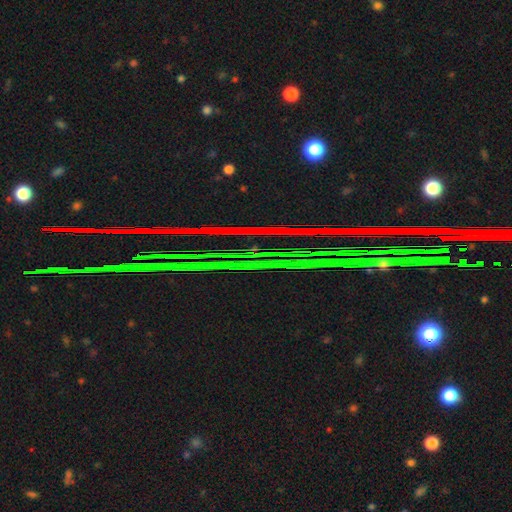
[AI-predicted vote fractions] This appears to be a star or artifact, not a galaxy (85%).